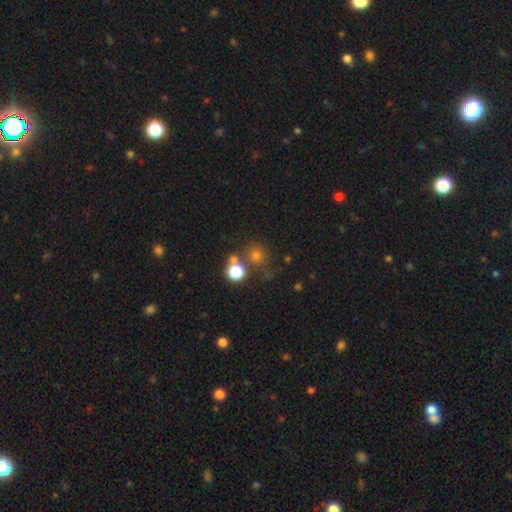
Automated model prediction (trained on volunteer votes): smooth 62%, star or artifact 30%, featured or disk 8%. Down the decision tree: how rounded — round (90%); merging — none (69%).